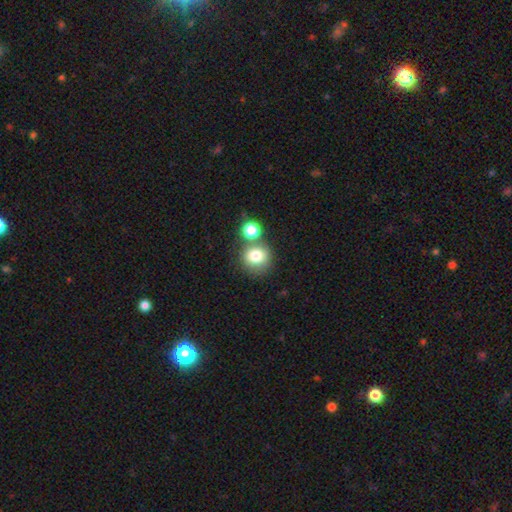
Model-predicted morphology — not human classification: type=smooth (79%); roundness=round (88%); merging=none (59%).